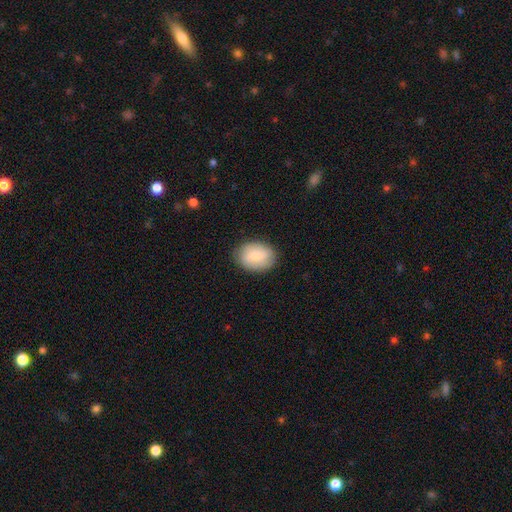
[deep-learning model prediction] Morphology: type=smooth (75%); roundness=in between (73%); merging=none (84%).